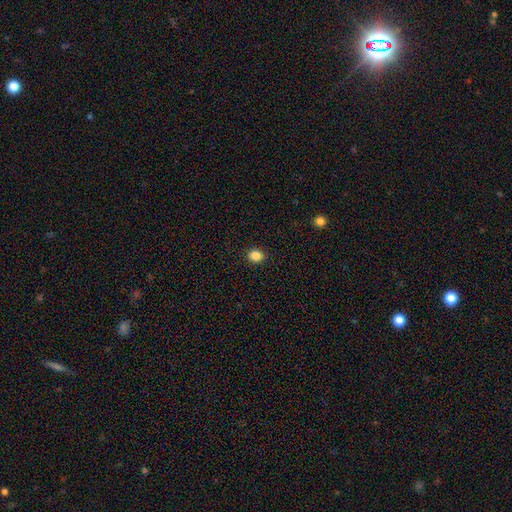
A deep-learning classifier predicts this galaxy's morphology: Smooth or featured? Predicted: smooth (p=0.86). How rounded? Predicted: round (p=0.65). Merging? Predicted: none (p=0.92).